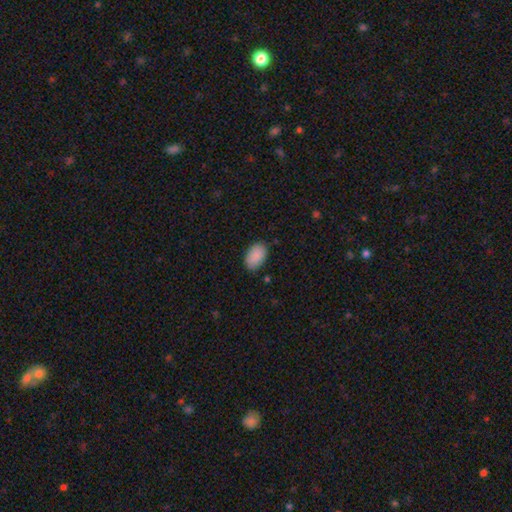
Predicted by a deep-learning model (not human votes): This is clearly a smooth galaxy (90%). How rounded: clearly in between (92%). Merging: clearly none (82%).